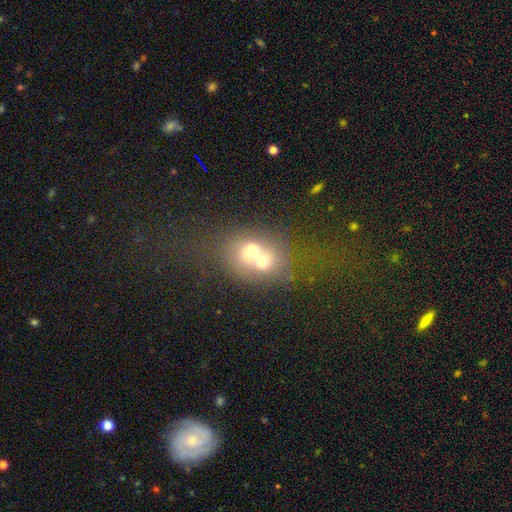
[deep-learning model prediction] Smooth or featured: smooth — 55% (featured or disk — 32%)
How rounded: round — 54% (in between — 45%)
Merging: merger — 73% (none — 17%)